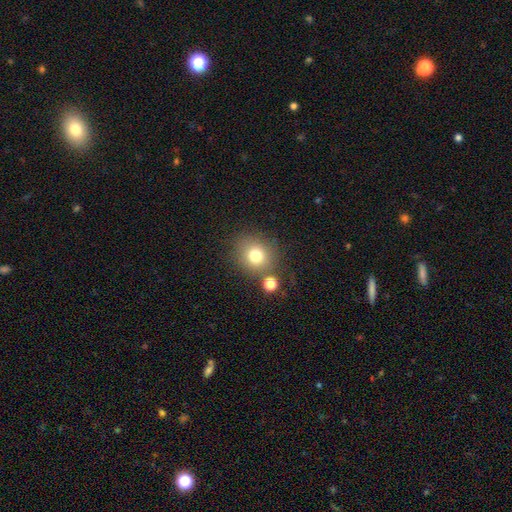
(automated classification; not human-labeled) smooth_or_featured: smooth (p=0.77) [alt: star or artifact p=0.13]
how_rounded: round (p=0.83) [alt: in between p=0.16]
merging: none (p=0.74) [alt: merger p=0.11]